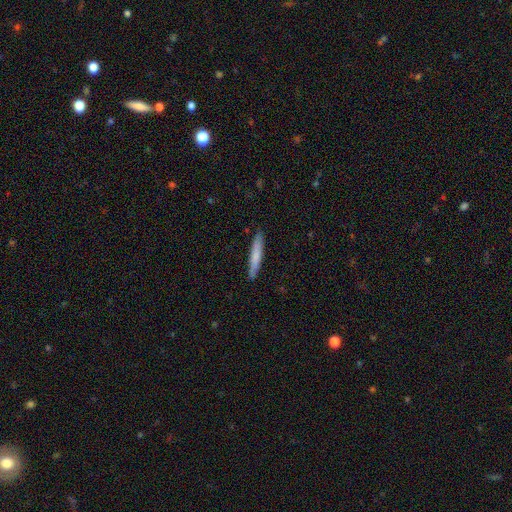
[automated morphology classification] This is likely a smooth galaxy (74%). How rounded: clearly cigar-shaped (94%). Merging: clearly none (89%).